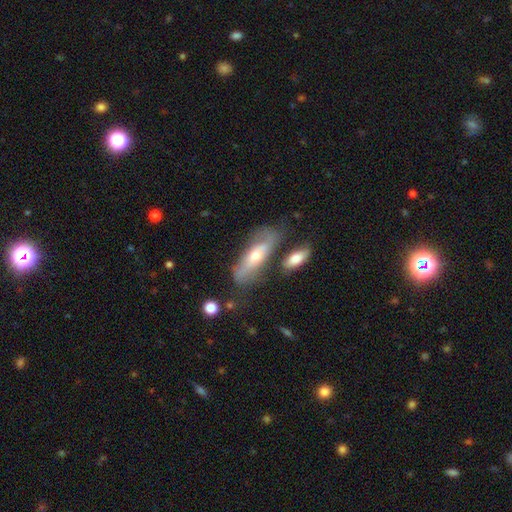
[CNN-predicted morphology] This appears to be a featured or disk galaxy (57%). Merging: none (57%).